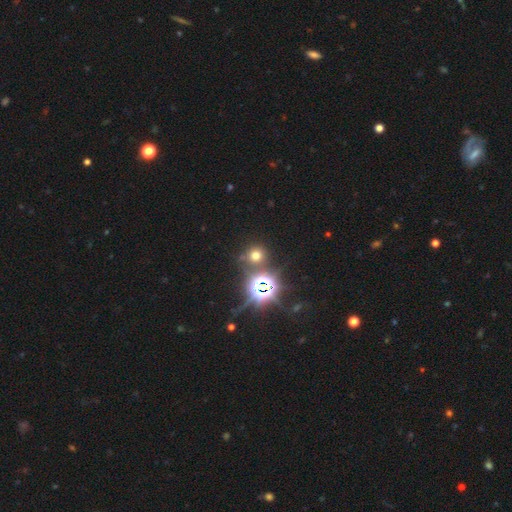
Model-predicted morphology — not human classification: Smooth or featured? Predicted: smooth (p=0.53). How rounded? Predicted: round (p=0.90). Merging? Predicted: none (p=0.80).